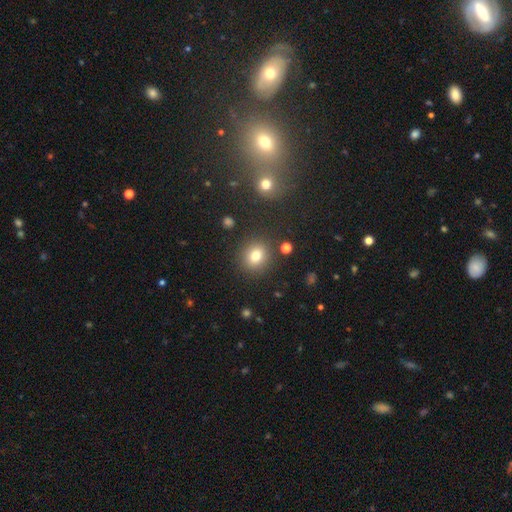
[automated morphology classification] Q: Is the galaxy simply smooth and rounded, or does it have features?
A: smooth — 78%.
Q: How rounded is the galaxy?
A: round — 80%.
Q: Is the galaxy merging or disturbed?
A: none — 86%.